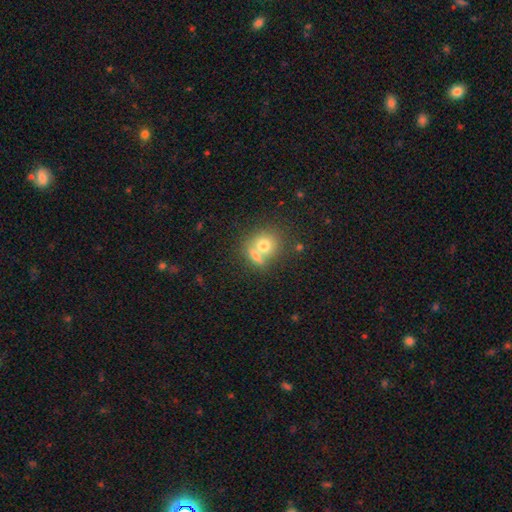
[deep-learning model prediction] smooth-or-featured: smooth: 73% | featured or disk: 17% | star or artifact: 10%
  how-rounded: round: 74% | in between: 23% | cigar-shaped: 3%
  merging: merger: 45% | none: 42% | minor disturbance: 9% | major disturbance: 5%